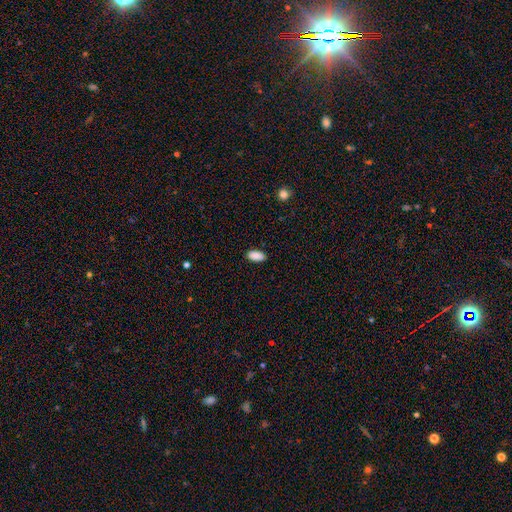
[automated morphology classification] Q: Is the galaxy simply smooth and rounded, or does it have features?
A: smooth — 90%.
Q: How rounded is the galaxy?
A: in between — 92%.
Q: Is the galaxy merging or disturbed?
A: none — 88%.